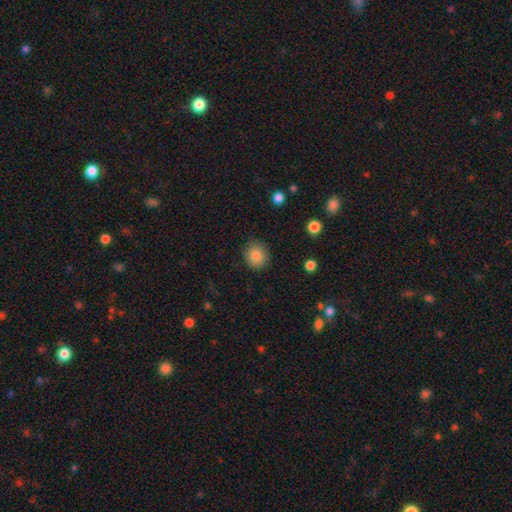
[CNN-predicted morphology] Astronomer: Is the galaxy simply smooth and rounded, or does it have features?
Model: smooth — 85%.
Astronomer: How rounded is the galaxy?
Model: round — 86%.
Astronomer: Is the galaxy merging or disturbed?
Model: none — 87%.